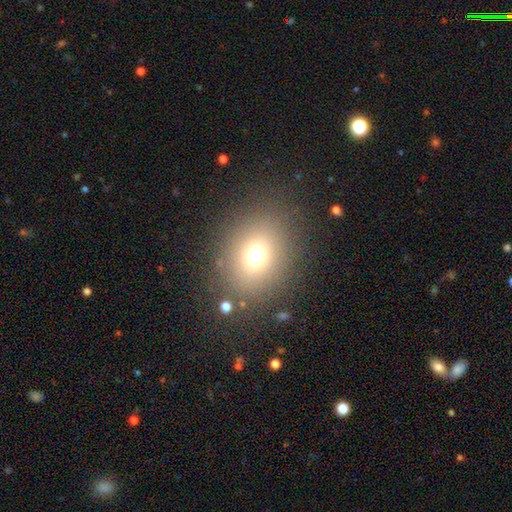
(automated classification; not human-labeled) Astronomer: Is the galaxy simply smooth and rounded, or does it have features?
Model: smooth — 70%.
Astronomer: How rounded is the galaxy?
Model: round — 60% (runner-up: in between, 39%).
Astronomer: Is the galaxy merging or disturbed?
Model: none — 84%.